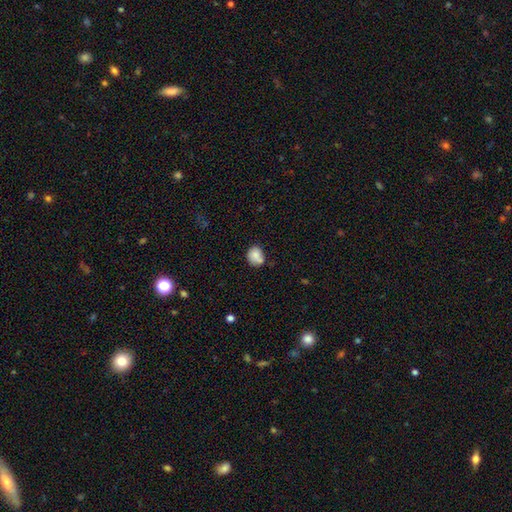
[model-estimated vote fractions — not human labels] This is clearly a smooth galaxy (81%). How rounded: possibly round (58%). Merging: possibly none (56%).